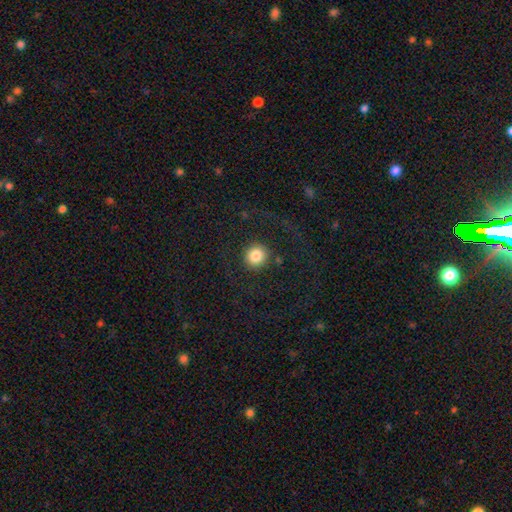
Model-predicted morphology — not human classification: type=smooth (83%); roundness=round (93%); merging=none (86%).